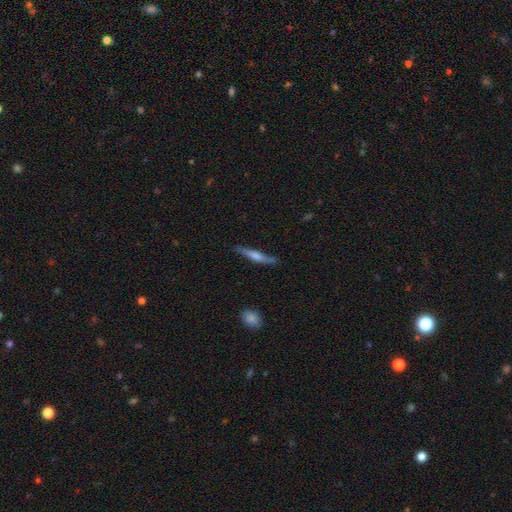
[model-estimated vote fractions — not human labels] Smooth or featured? featured or disk (55%)
Edge-on disk? yes (95%)
Edge-on bulge? rounded (64%)
Merging? none (83%)